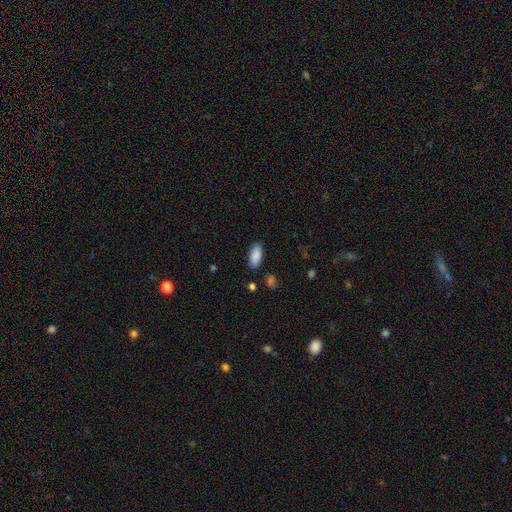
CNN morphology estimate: A smooth galaxy with no disk features (89%) that is in between round and cigar-shaped (87%). Merging: none (86%).